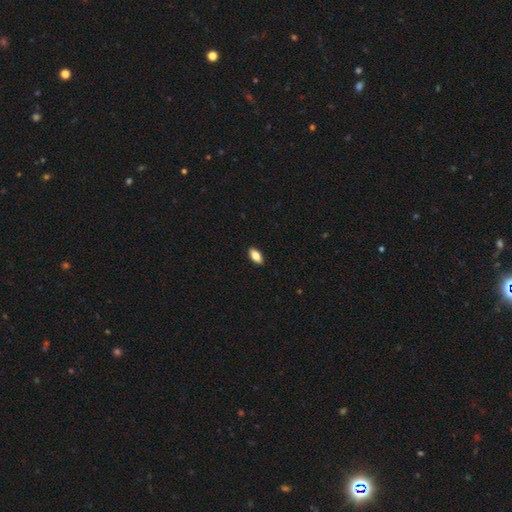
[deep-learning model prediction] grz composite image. It shows a smooth galaxy with no disk features (79%) that is in between round and cigar-shaped (89%). Merging: none (90%).